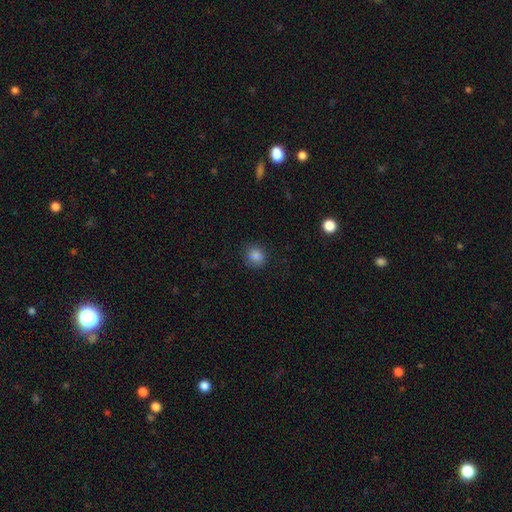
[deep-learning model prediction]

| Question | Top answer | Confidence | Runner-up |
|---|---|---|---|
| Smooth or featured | smooth | 83% | star or artifact (12%) |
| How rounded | round | 75% | in between (24%) |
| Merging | none | 79% | minor disturbance (15%) |